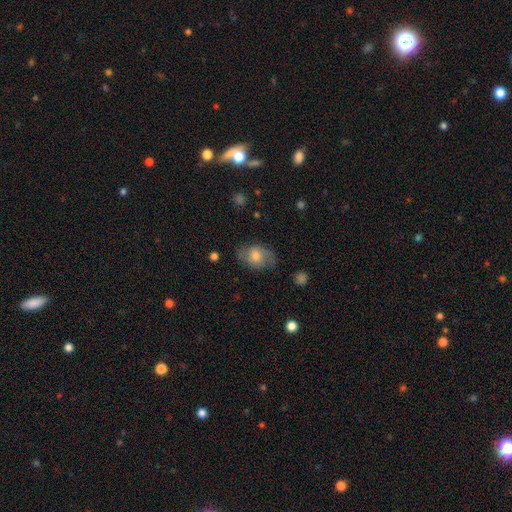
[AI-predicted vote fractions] smooth_or_featured: smooth (p=0.46) [alt: featured or disk p=0.44]
merging: none (p=0.73) [alt: minor disturbance p=0.19]